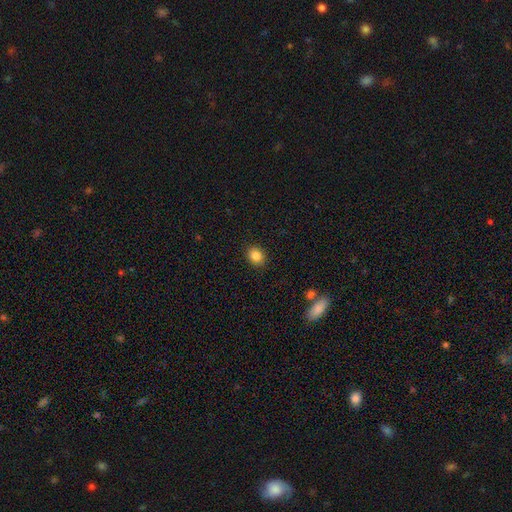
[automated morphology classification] Smooth or featured?
  - smooth: 84% *
  - star or artifact: 10%
  - featured or disk: 6%
How rounded?
  - round: 59% *
  - in between: 40%
  - cigar-shaped: 1%
Merging?
  - none: 90% *
  - minor disturbance: 7%
  - major disturbance: 2%
  - merger: 1%